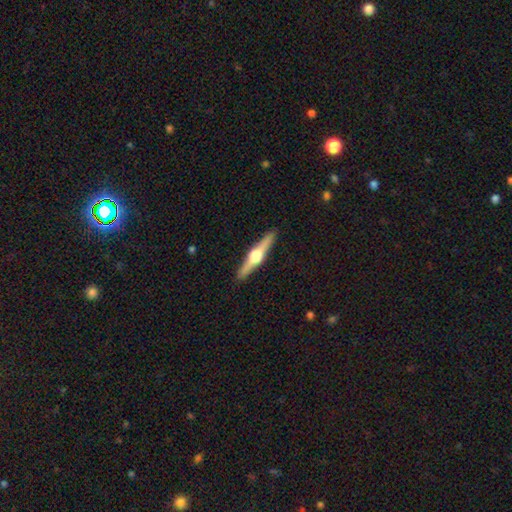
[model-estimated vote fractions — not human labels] Smooth or featured?
  - featured or disk: 78% *
  - smooth: 17%
  - star or artifact: 5%
Edge-on disk?
  - yes: 98% *
  - no: 2%
Edge-on bulge?
  - rounded: 96% *
  - boxy: 3%
  - none: 1%
Merging?
  - none: 92% *
  - minor disturbance: 6%
  - major disturbance: 1%
  - merger: 1%